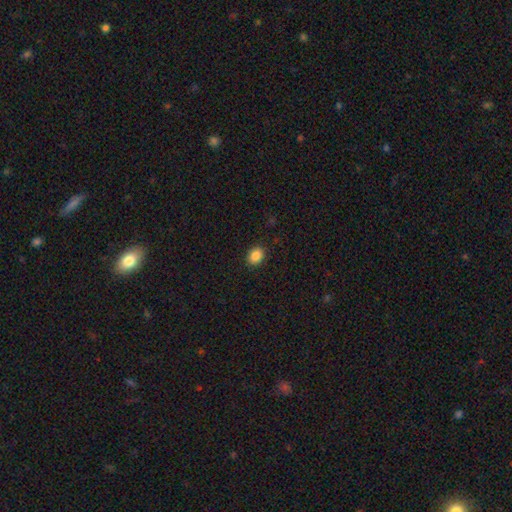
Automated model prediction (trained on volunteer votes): A smooth galaxy with no disk features (87%) that is in between round and cigar-shaped (60%). Merging: none (90%).